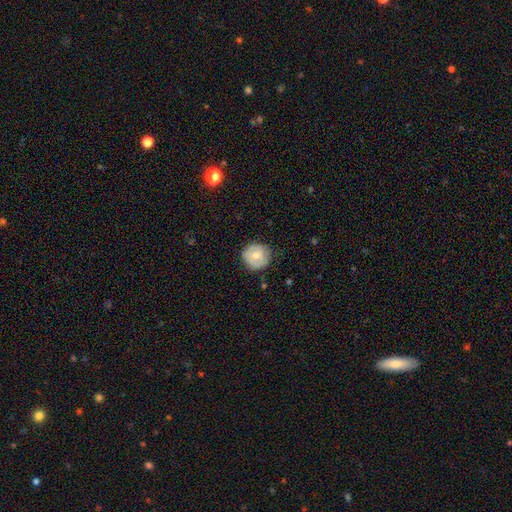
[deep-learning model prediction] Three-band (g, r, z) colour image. It shows a smooth galaxy with no disk features (62%) that is round (91%). Merging: none (74%).